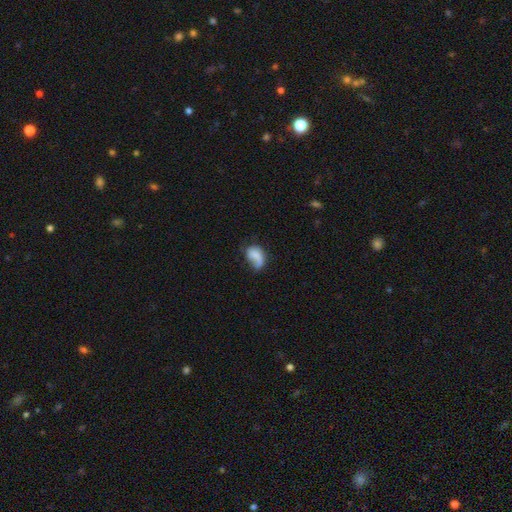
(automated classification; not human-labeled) This appears to be a smooth galaxy with no disk features (61%) that is in between round and cigar-shaped (81%). Merging: none (34%).